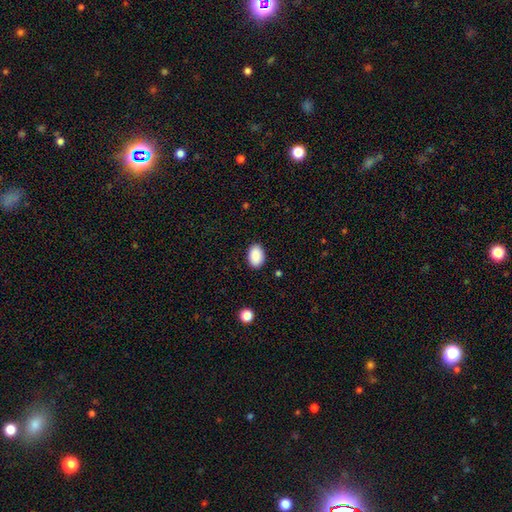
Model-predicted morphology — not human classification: type=smooth (89%); roundness=in between (87%); merging=none (88%).